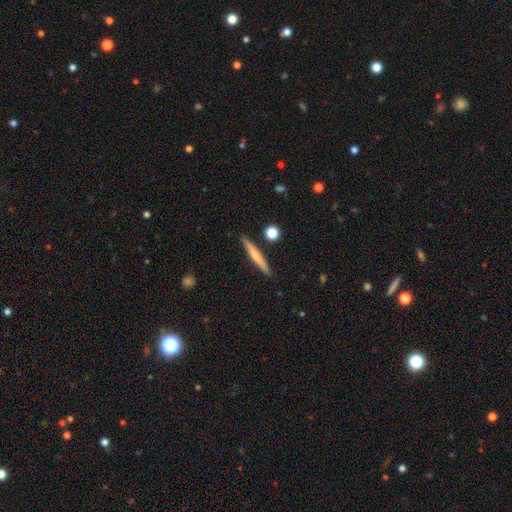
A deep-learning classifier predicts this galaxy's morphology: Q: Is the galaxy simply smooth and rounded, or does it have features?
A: smooth — 55%.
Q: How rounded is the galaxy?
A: cigar-shaped — 95%.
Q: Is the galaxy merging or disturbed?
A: none — 89%.